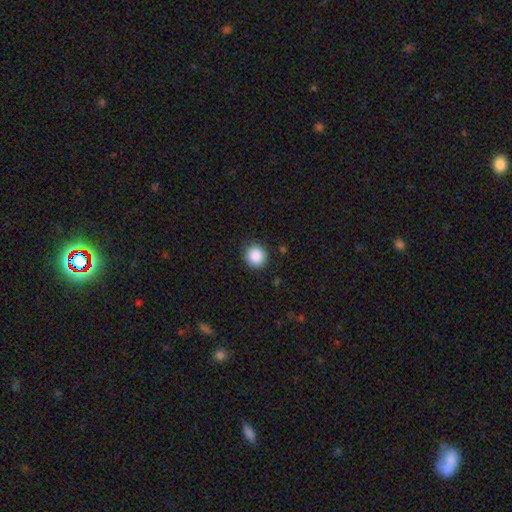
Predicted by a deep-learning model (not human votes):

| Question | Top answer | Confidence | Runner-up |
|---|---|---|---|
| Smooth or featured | smooth | 89% | star or artifact (9%) |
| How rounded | round | 93% | in between (6%) |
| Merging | none | 90% | minor disturbance (7%) |